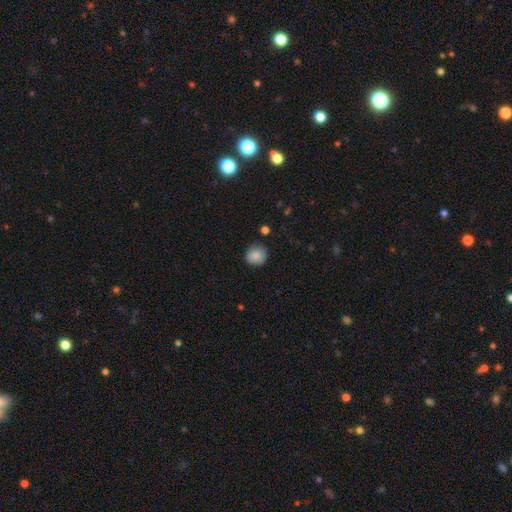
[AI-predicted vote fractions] smooth-or-featured: smooth: 87% | star or artifact: 8% | featured or disk: 5%
  how-rounded: round: 92% | in between: 7% | cigar-shaped: 1%
  merging: none: 85% | minor disturbance: 11% | major disturbance: 2% | merger: 2%